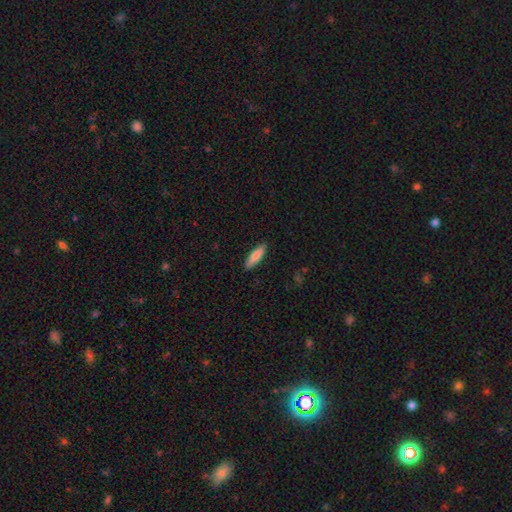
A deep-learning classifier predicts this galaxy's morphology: Overall: smooth (81%). How rounded: cigar-shaped (68%; in between 30%). Merging: none (89%).